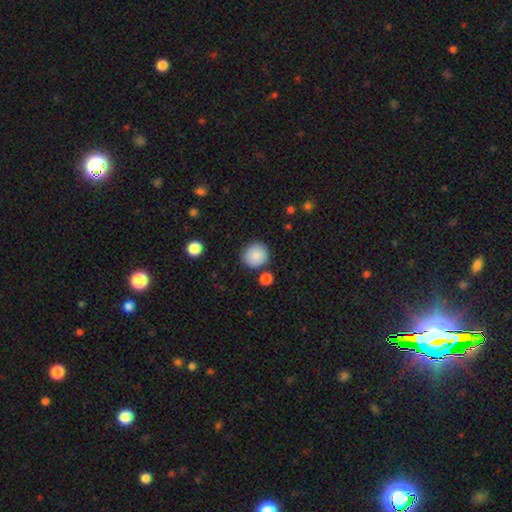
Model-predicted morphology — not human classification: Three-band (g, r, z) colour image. It shows a smooth galaxy with no disk features (86%) that is round (91%). Merging: none (82%).